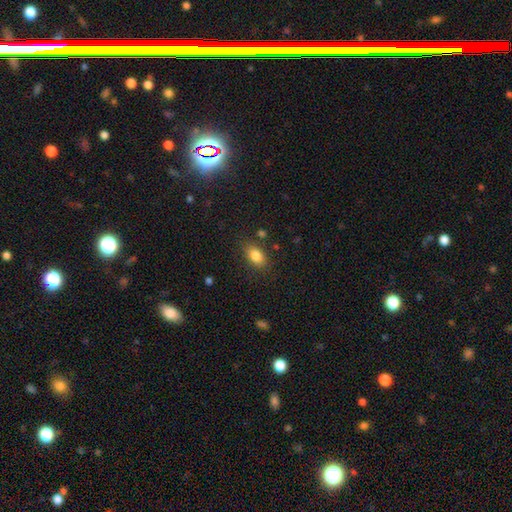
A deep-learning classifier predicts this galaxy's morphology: smooth-or-featured: smooth: 84% | star or artifact: 9% | featured or disk: 7%
  how-rounded: in between: 86% | round: 11% | cigar-shaped: 3%
  merging: none: 81% | minor disturbance: 12% | major disturbance: 4% | merger: 3%